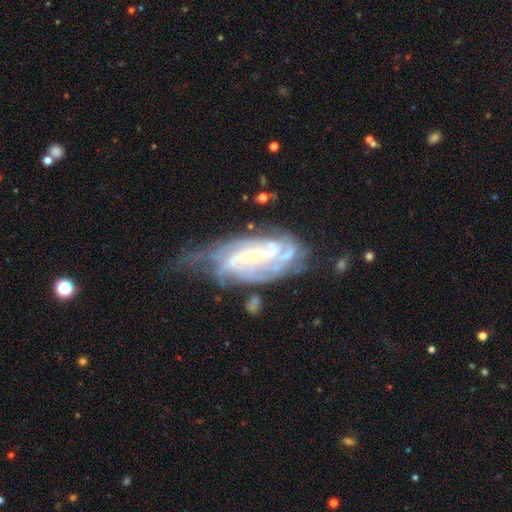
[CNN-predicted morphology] Smooth or featured? Predicted: featured or disk (p=0.87). Edge-on disk? Predicted: no (p=0.94). Bar? Predicted: no (p=0.38, tied with weak). Spiral arms? Predicted: yes (p=0.96). Spiral winding? Predicted: tight (p=0.60). Spiral arm count? Predicted: can't tell (p=0.30). Bulge size? Predicted: small (p=0.76). Merging? Predicted: none (p=0.50).